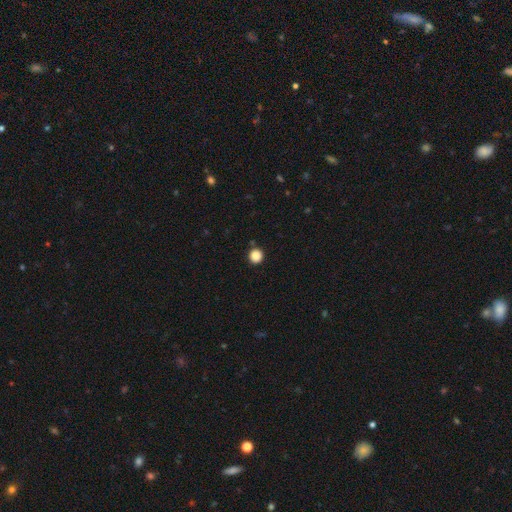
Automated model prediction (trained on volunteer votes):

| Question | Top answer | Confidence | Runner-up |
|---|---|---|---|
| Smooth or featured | smooth | 86% | star or artifact (11%) |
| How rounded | round | 95% | in between (4%) |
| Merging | none | 90% | minor disturbance (6%) |